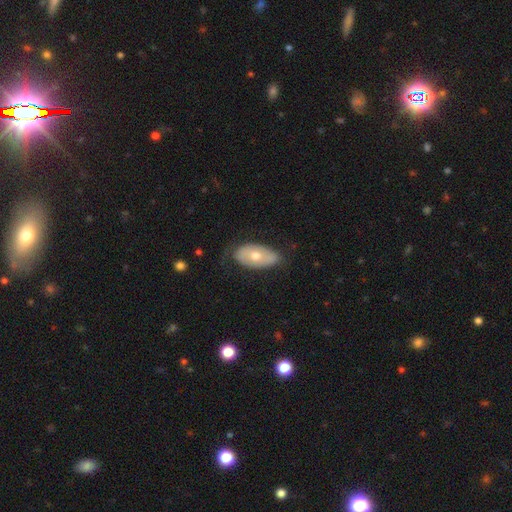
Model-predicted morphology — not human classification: Smooth or featured: smooth — 55% (featured or disk — 38%)
How rounded: in between — 93% (round — 5%)
Merging: none — 67% (minor disturbance — 25%)